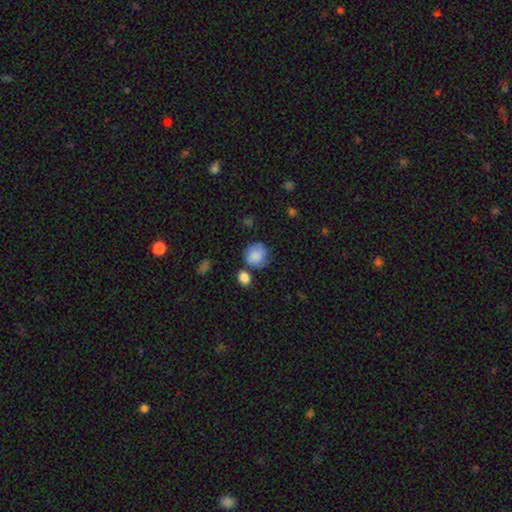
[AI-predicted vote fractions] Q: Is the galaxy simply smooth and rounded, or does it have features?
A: smooth — 80%.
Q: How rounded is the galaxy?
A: round — 81%.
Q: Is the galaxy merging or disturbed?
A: none — 59%.